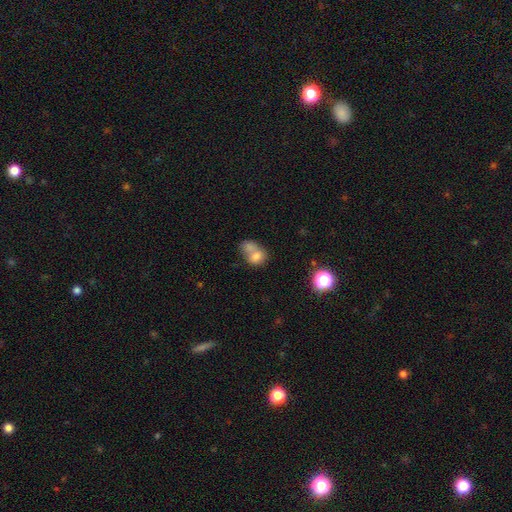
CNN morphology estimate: This is likely a smooth galaxy (74%). How rounded: possibly in between (53%). Merging: likely merger (66%).